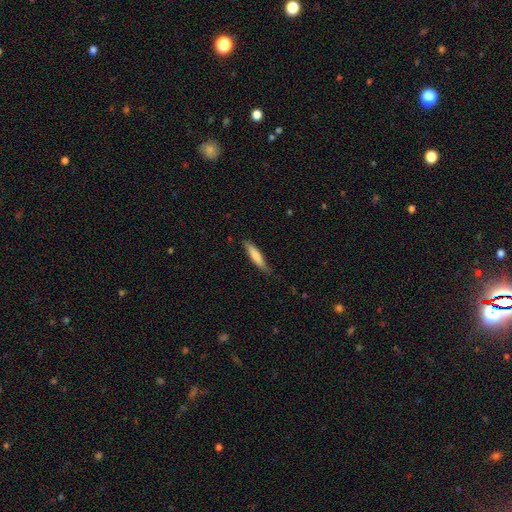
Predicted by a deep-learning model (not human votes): Smooth or featured?
  - smooth: 77% *
  - featured or disk: 18%
  - star or artifact: 5%
How rounded?
  - cigar-shaped: 85% *
  - in between: 14%
  - round: 1%
Merging?
  - none: 78% *
  - minor disturbance: 19%
  - major disturbance: 3%
  - merger: 1%